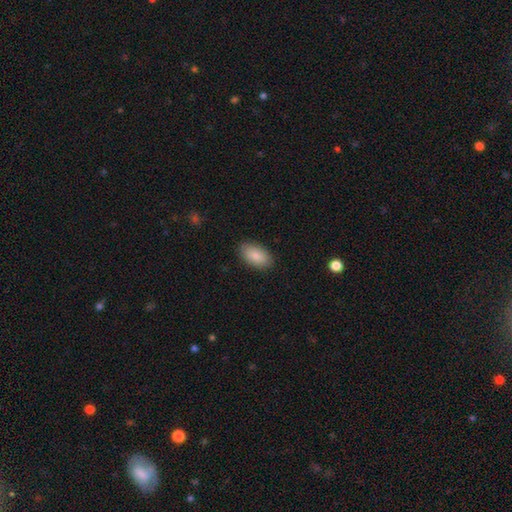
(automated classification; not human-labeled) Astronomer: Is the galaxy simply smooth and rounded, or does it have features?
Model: smooth — 88%.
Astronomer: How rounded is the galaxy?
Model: in between — 95%.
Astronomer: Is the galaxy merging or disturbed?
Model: none — 88%.